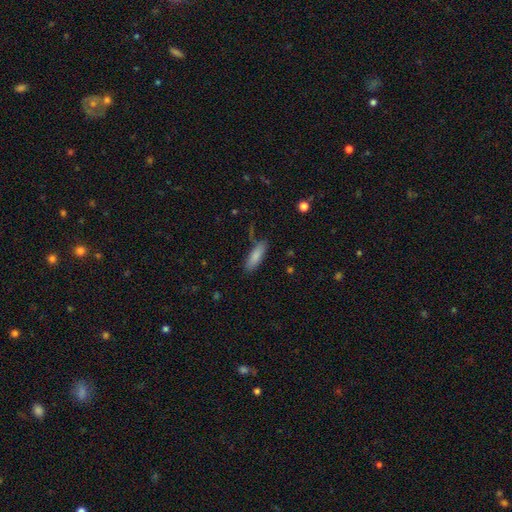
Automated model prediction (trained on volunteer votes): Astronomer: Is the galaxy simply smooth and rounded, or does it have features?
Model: smooth — 84%.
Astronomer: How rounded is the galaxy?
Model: cigar-shaped — 50% (runner-up: in between, 48%).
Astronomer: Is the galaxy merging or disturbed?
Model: none — 77%.